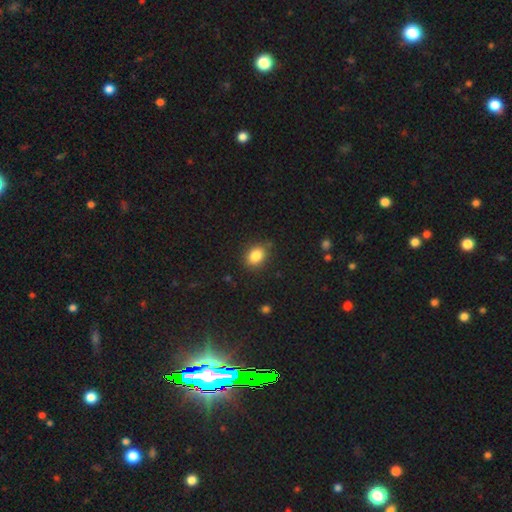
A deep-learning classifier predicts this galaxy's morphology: type=smooth (85%); roundness=in between (65%); merging=none (81%).